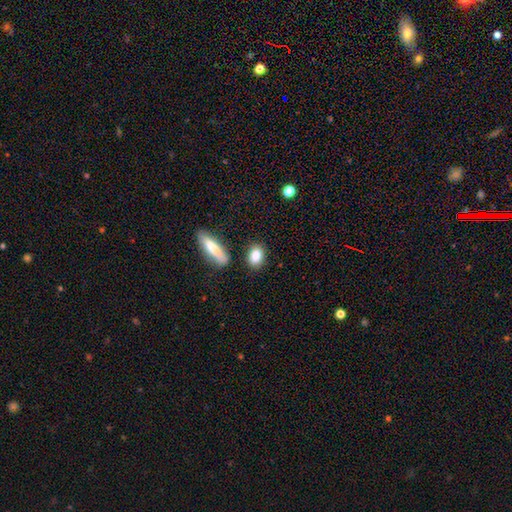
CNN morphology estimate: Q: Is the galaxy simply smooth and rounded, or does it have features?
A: smooth — 85%.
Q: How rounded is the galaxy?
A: in between — 73%.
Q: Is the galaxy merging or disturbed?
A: none — 78%.